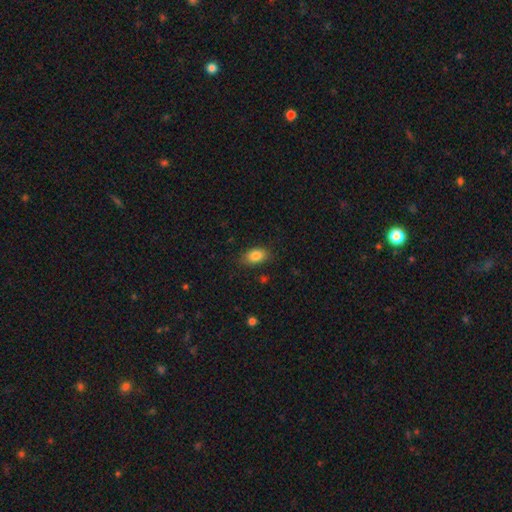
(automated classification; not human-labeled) Overall: smooth (85%). How rounded: in between (87%). Merging: none (83%).